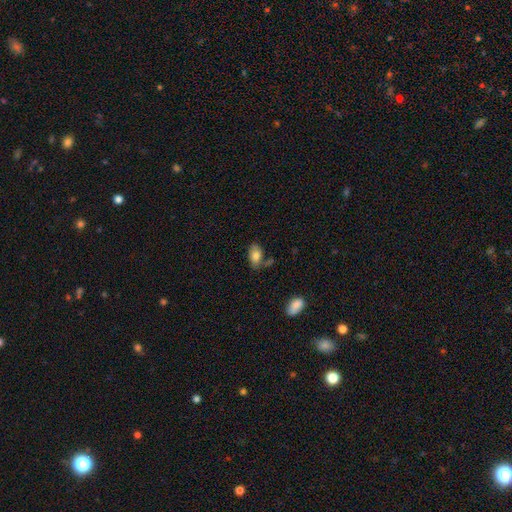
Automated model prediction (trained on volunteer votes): Smooth or featured? smooth (81%)
How rounded? in between (91%)
Merging? none (63%)